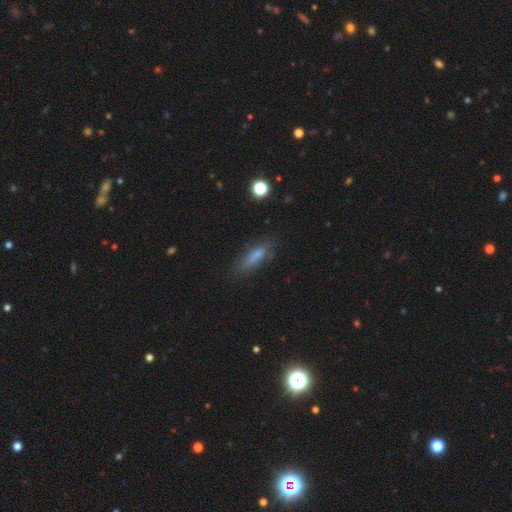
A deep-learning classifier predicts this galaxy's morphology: Smooth or featured: smooth — 69% (featured or disk — 21%)
How rounded: cigar-shaped — 58% (in between — 39%)
Merging: none — 75% (minor disturbance — 17%)